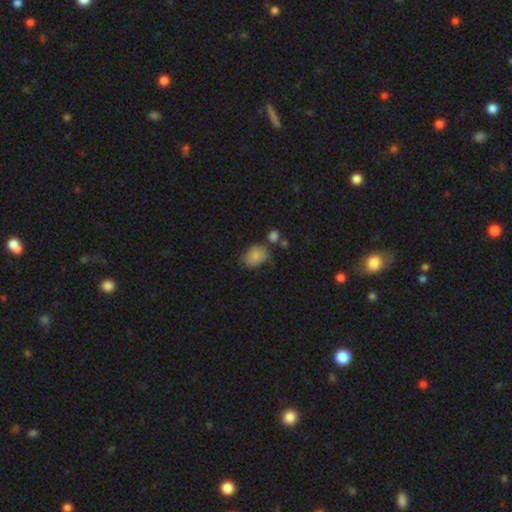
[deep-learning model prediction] smooth 85%, star or artifact 8%, featured or disk 7%. Down the decision tree: how rounded — in between (75%); merging — none (60%).